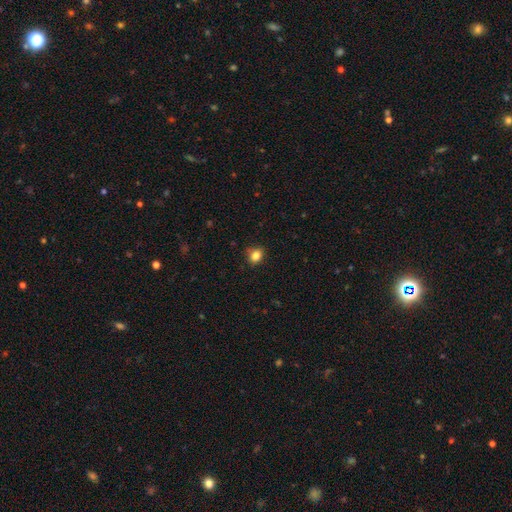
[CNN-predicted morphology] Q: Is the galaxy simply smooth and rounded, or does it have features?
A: smooth — 84%.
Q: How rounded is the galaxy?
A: round — 61%.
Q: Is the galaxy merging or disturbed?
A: none — 83%.